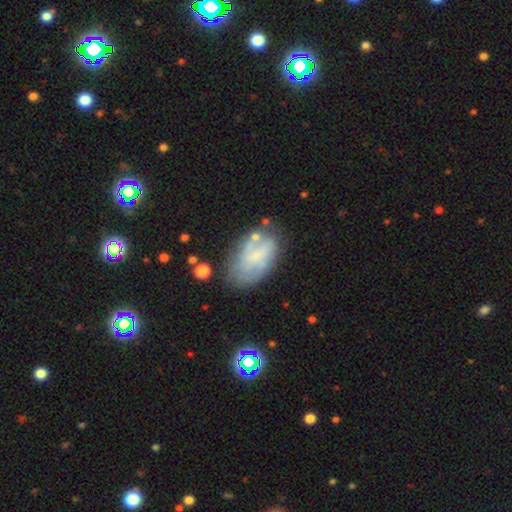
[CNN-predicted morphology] This appears to be a smooth galaxy with no disk features (49%). Merging: none (53%).